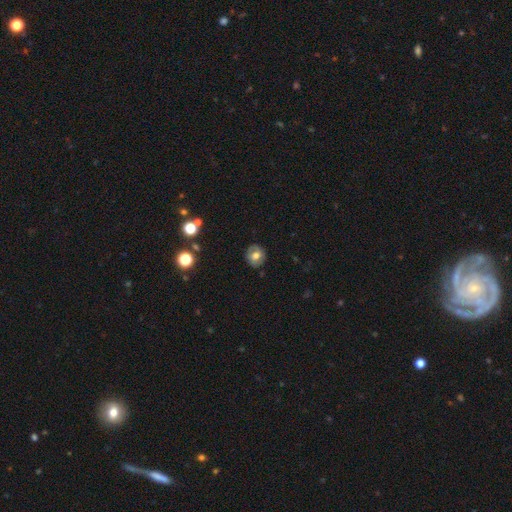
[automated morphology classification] smooth-or-featured: smooth: 67% | featured or disk: 23% | star or artifact: 10%
  how-rounded: round: 84% | in between: 15% | cigar-shaped: 1%
  merging: none: 86% | minor disturbance: 10% | major disturbance: 3% | merger: 1%